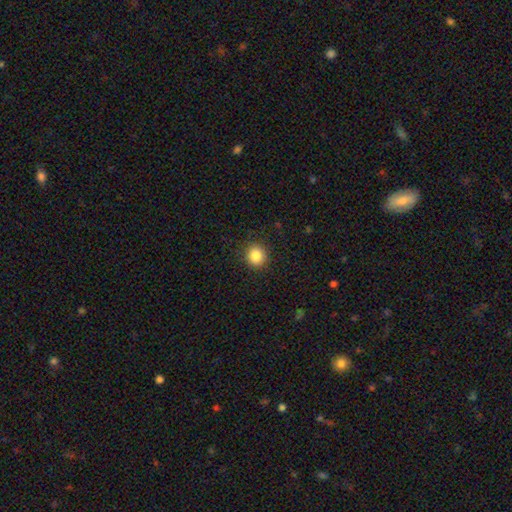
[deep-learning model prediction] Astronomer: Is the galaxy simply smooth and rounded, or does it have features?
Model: smooth — 85%.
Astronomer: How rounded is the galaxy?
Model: round — 89%.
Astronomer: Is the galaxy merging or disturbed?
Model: none — 90%.